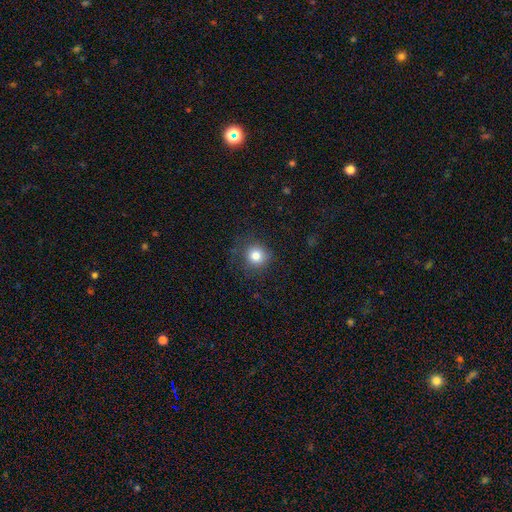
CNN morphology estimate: Smooth or featured? Predicted: smooth (p=0.81). How rounded? Predicted: round (p=0.92). Merging? Predicted: none (p=0.83).